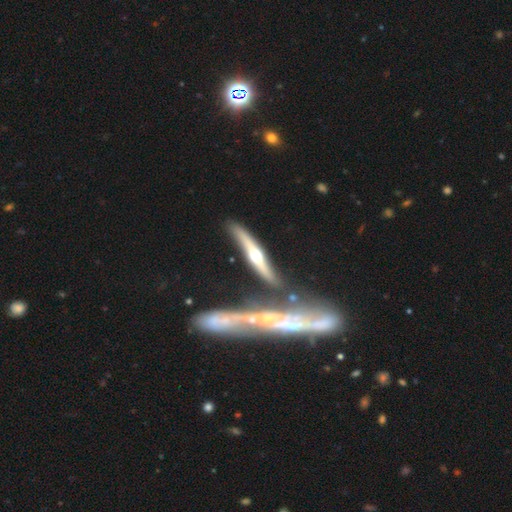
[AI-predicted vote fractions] This appears to be a featured or disk galaxy (68%) viewed edge-on (93%) with a rounded central bulge (93%). Merging: none (79%).